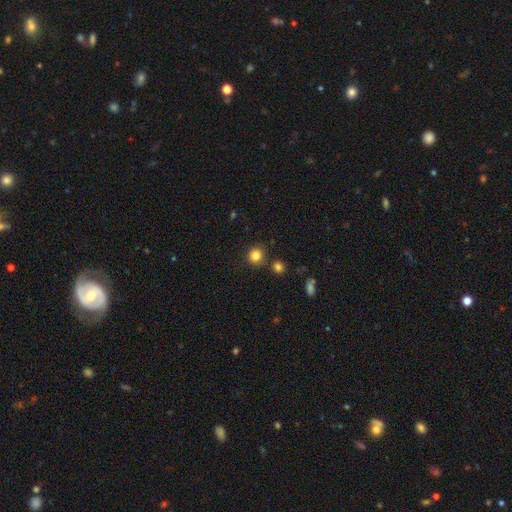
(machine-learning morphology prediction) A smooth galaxy with no disk features (83%) that is round (91%).

Vote fractions:
- Smooth or featured? smooth: 83% / star or artifact: 12% / featured or disk: 5%
- How rounded? round: 91% / in between: 8% / cigar-shaped: 1%
- Merging? none: 83% / minor disturbance: 8% / merger: 7% / major disturbance: 3%